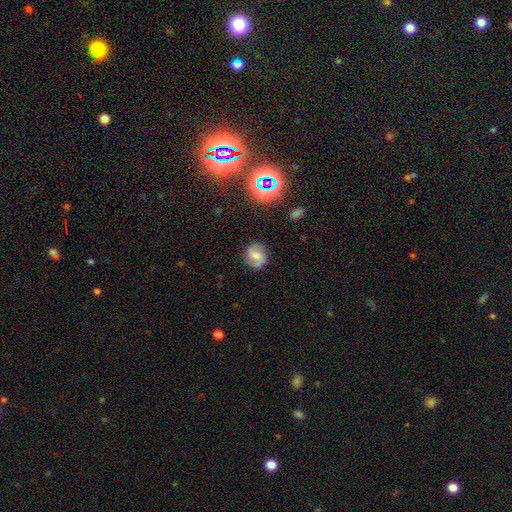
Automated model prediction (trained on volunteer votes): A featured or disk galaxy (62%) with a weak bar (44%), 2 (87%) medium (48%) spiral arms (92%) and a moderate central bulge (46%).

Vote fractions:
- Smooth or featured? featured or disk: 62% / smooth: 27% / star or artifact: 11%
- Edge-on disk? no: 97% / yes: 3%
- Bar? weak: 44% / no: 41% / strong: 15%
- Spiral arms? yes: 92% / no: 8%
- Spiral winding? medium: 48% / loose: 29% / tight: 23%
- Spiral arm count? 2: 87% / can't tell: 6% / 1: 3% / 3: 1% / 4: 1% / more than 4: 1%
- Bulge size? moderate: 46% / small: 33% / none: 12% / large: 7% / dominant: 2%
- Merging? none: 80% / minor disturbance: 14% / major disturbance: 5% / merger: 2%